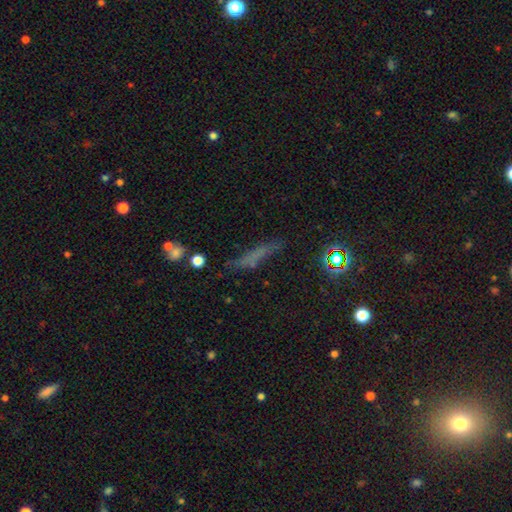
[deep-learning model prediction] smooth 50%, featured or disk 28%, star or artifact 22%. Down the decision tree: merging — none (62%).